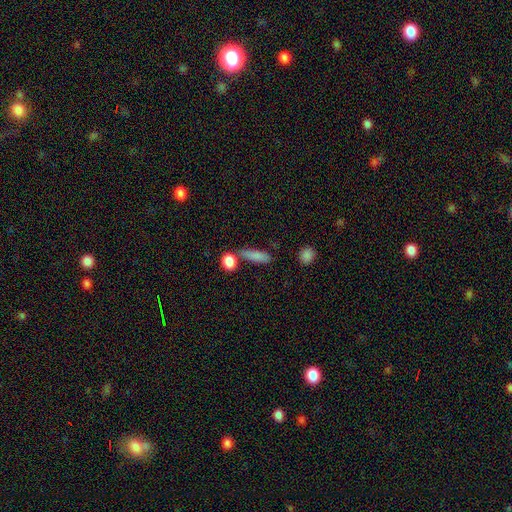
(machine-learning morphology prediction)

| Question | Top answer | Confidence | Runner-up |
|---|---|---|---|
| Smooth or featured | smooth | 82% | featured or disk (10%) |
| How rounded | in between | 47% | cigar-shaped (45%) |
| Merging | none | 63% | merger (16%) |